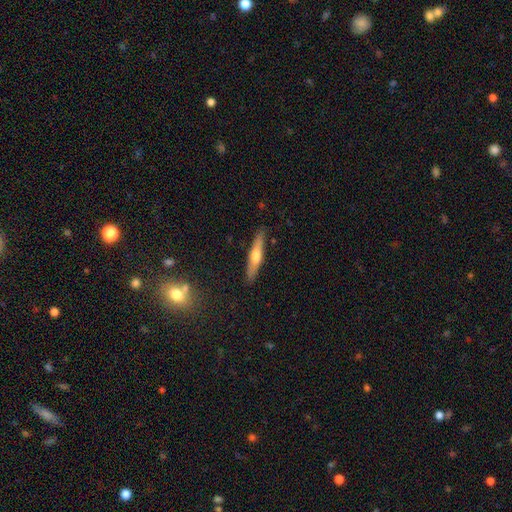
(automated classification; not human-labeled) Smooth or featured? Predicted: featured or disk (p=0.52). Edge-on disk? Predicted: yes (p=0.94). Merging? Predicted: none (p=0.87).